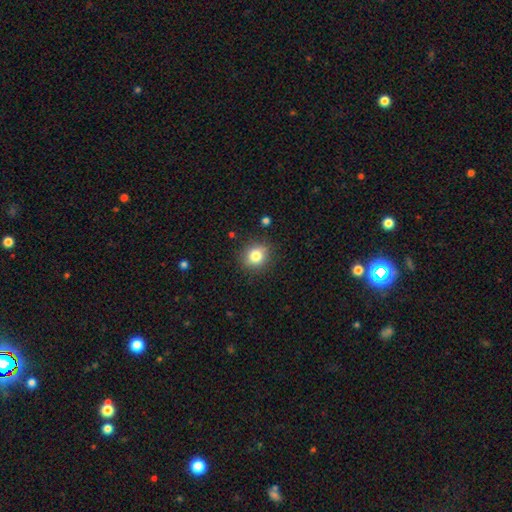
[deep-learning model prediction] smooth 81%, star or artifact 11%, featured or disk 8%. Down the decision tree: how rounded — round (82%); merging — none (86%).